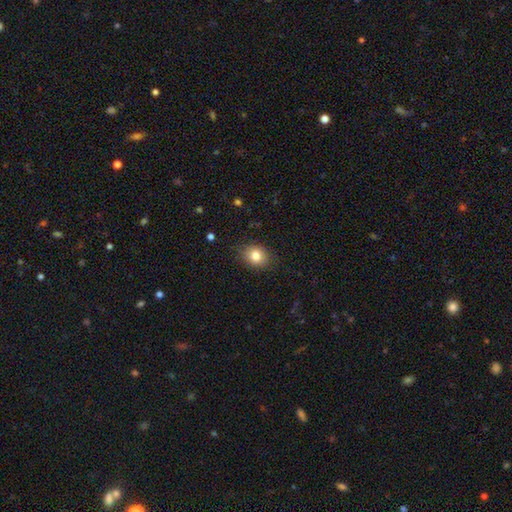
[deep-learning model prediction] A smooth galaxy with no disk features (82%) that is round (52%).

Vote fractions:
- Smooth or featured? smooth: 82% / star or artifact: 10% / featured or disk: 8%
- How rounded? round: 52% / in between: 47% / cigar-shaped: 1%
- Merging? none: 86% / minor disturbance: 11% / major disturbance: 3% / merger: 1%